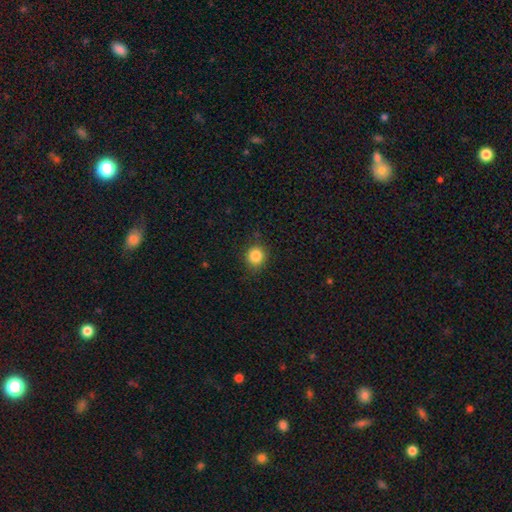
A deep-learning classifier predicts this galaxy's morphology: Smooth or featured?
  - smooth: 86% *
  - star or artifact: 10%
  - featured or disk: 4%
How rounded?
  - round: 83% *
  - in between: 16%
  - cigar-shaped: 1%
Merging?
  - none: 85% *
  - minor disturbance: 11%
  - major disturbance: 3%
  - merger: 1%